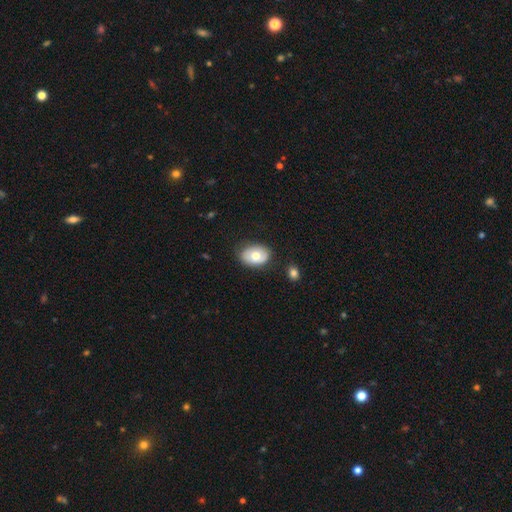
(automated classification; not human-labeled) The model was most divided on "smooth or featured": smooth: 69%, featured or disk: 24%, star or artifact: 7%. More confident: merging — none (81%); how rounded — in between (81%).